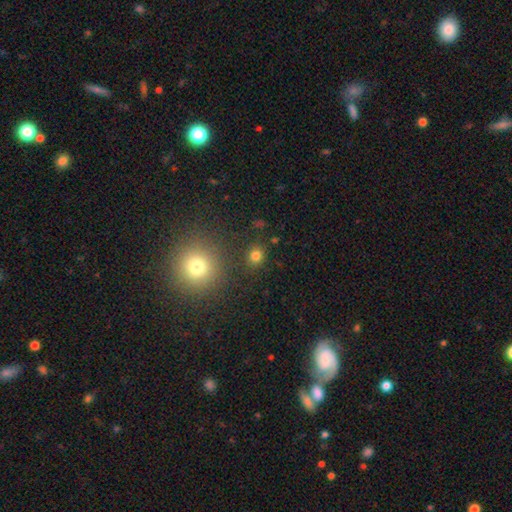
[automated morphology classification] smooth 78%, star or artifact 16%, featured or disk 6%. Down the decision tree: how rounded — round (76%); merging — none (84%).